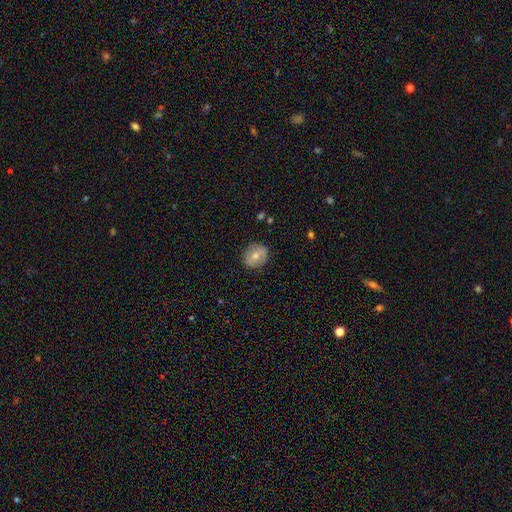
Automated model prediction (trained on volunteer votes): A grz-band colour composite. It shows a smooth galaxy with no disk features (61%) that is round (77%). Merging: none (85%).